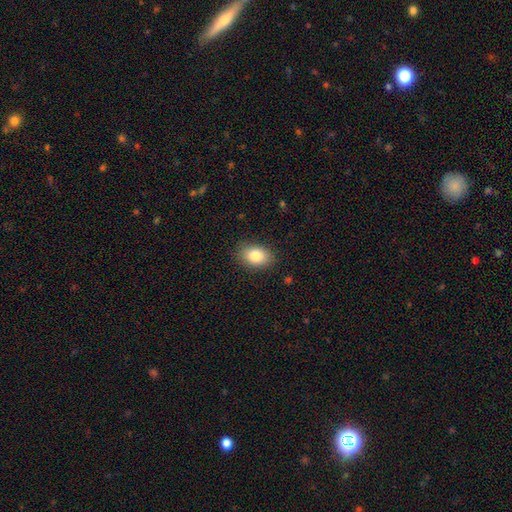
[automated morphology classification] This appears to be a smooth galaxy with no disk features (84%) that is in between round and cigar-shaped (79%). Merging: none (85%).